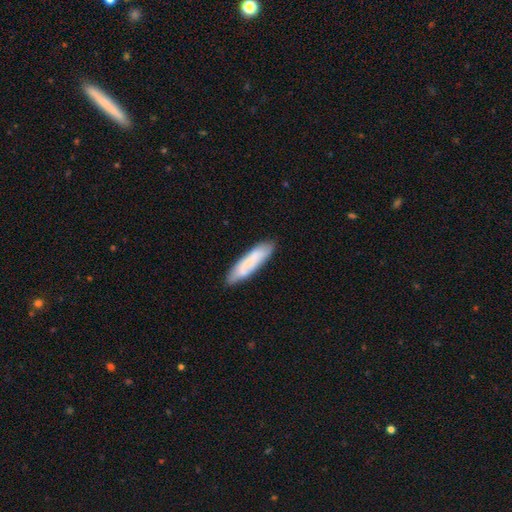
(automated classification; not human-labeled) The model was most divided on "how rounded": cigar-shaped: 68%, in between: 30%, round: 2%. More confident: merging — none (79%); smooth or featured — smooth (72%).